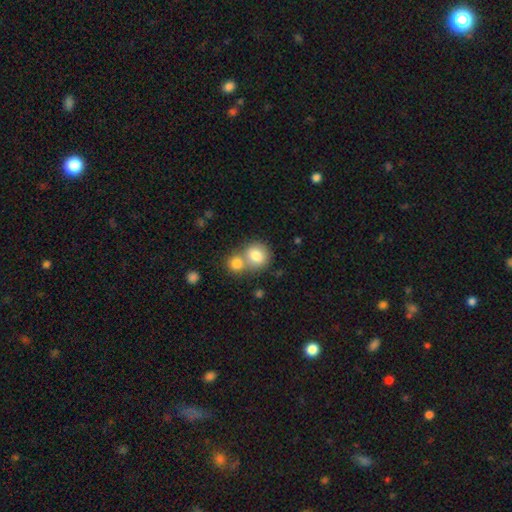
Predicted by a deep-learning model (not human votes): Smooth or featured?
  - smooth: 79% *
  - featured or disk: 12%
  - star or artifact: 9%
How rounded?
  - round: 79% *
  - in between: 20%
  - cigar-shaped: 1%
Merging?
  - merger: 49% *
  - none: 41%
  - minor disturbance: 7%
  - major disturbance: 3%